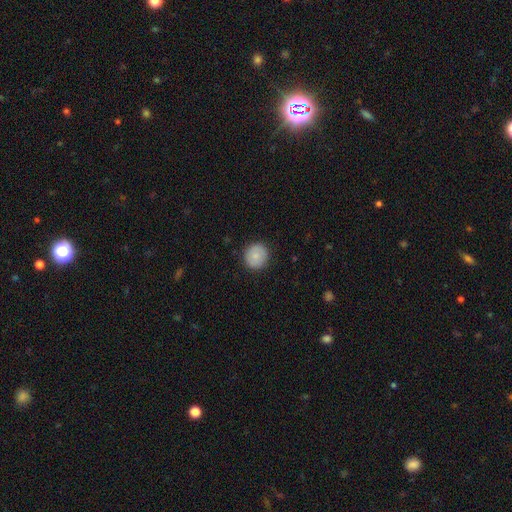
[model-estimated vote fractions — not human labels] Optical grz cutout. It shows a smooth galaxy with no disk features (81%) that is round (91%). Merging: none (90%).